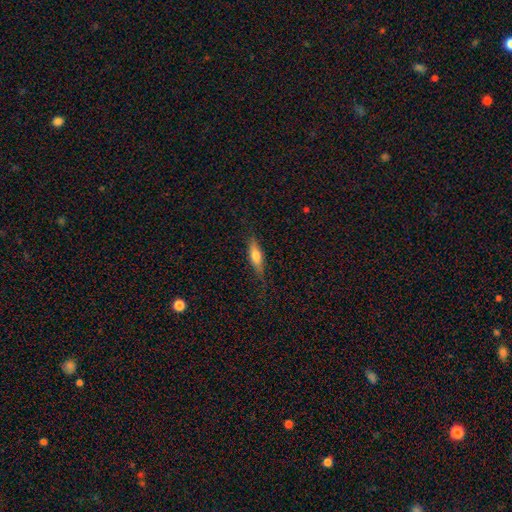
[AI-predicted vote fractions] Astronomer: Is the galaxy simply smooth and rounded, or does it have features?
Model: smooth — 65%.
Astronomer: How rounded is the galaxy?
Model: cigar-shaped — 55% (runner-up: in between, 42%).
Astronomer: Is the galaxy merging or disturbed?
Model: none — 78%.